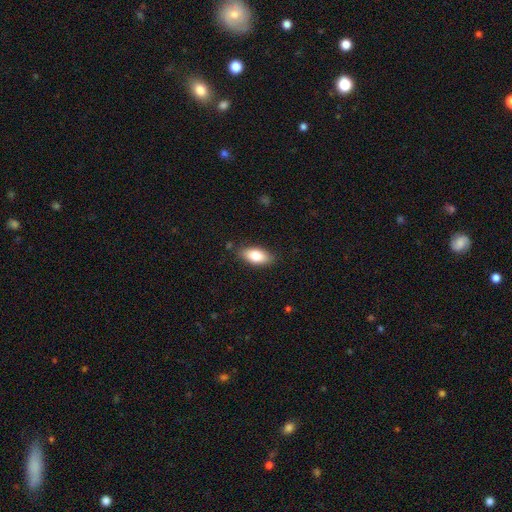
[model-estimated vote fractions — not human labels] smooth-or-featured: smooth: 80% | featured or disk: 13% | star or artifact: 7%
  how-rounded: in between: 88% | cigar-shaped: 8% | round: 3%
  merging: none: 84% | minor disturbance: 12% | major disturbance: 3% | merger: 1%